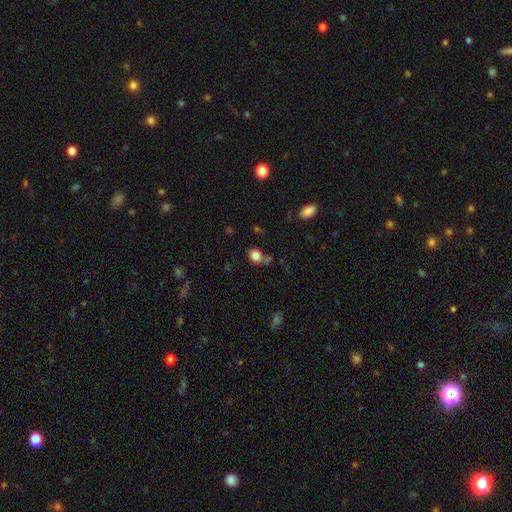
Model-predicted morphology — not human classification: A smooth galaxy with no disk features (82%) that is in between round and cigar-shaped (53%).

Vote fractions:
- Smooth or featured? smooth: 82% / star or artifact: 11% / featured or disk: 7%
- How rounded? in between: 53% / round: 46% / cigar-shaped: 1%
- Merging? none: 56% / minor disturbance: 23% / merger: 12% / major disturbance: 9%